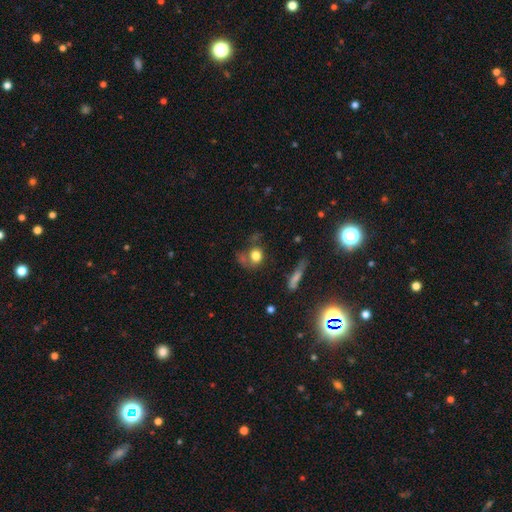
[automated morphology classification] smooth_or_featured: smooth (p=0.73) [alt: featured or disk p=0.14]
how_rounded: round (p=0.69) [alt: in between p=0.27]
merging: none (p=0.43) [alt: merger p=0.20]